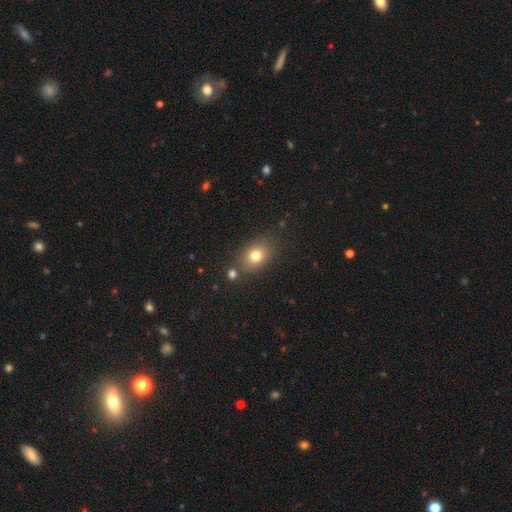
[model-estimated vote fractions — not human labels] Morphology: type=smooth (78%); roundness=in between (61%); merging=none (77%).